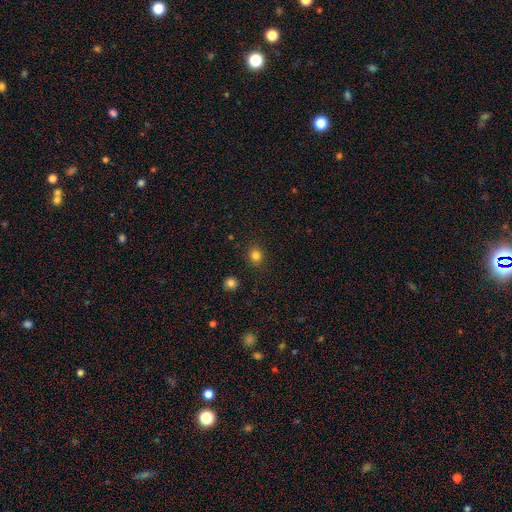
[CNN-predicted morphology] smooth-or-featured: smooth: 82% | star or artifact: 13% | featured or disk: 5%
  how-rounded: round: 81% | in between: 18% | cigar-shaped: 1%
  merging: none: 88% | minor disturbance: 8% | major disturbance: 2% | merger: 2%